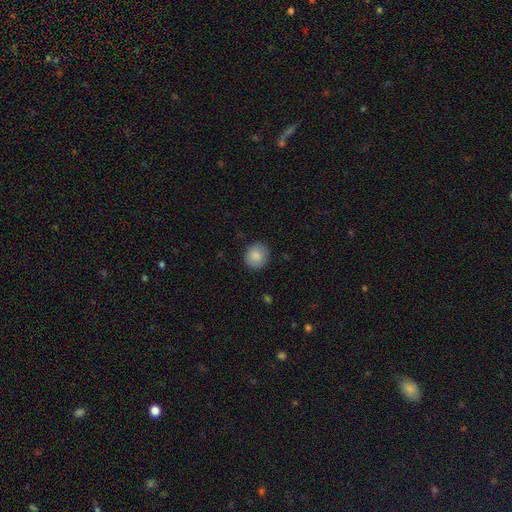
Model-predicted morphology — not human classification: Smooth or featured? Predicted: smooth (p=0.87). How rounded? Predicted: round (p=0.84). Merging? Predicted: none (p=0.88).